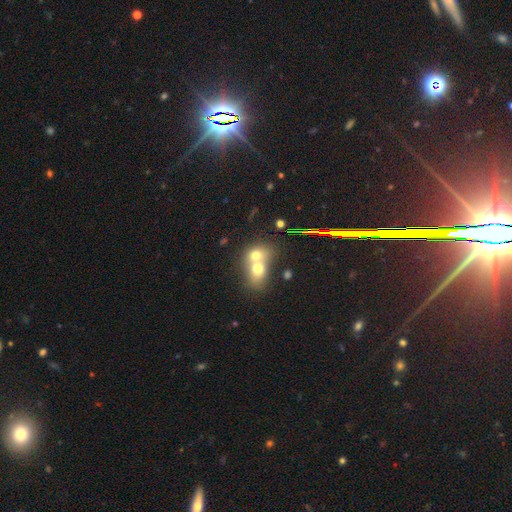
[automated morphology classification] Smooth or featured? smooth (66%)
How rounded? in between (52%)
Merging? merger (75%)